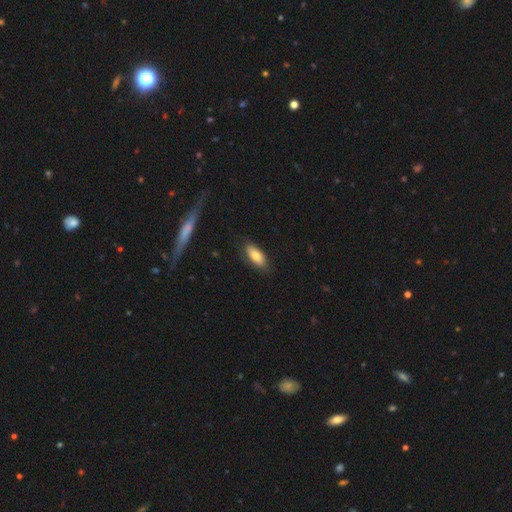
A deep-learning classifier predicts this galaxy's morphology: smooth-or-featured: smooth: 78% | featured or disk: 15% | star or artifact: 7%
  how-rounded: in between: 84% | cigar-shaped: 13% | round: 2%
  merging: none: 82% | minor disturbance: 14% | major disturbance: 3% | merger: 1%